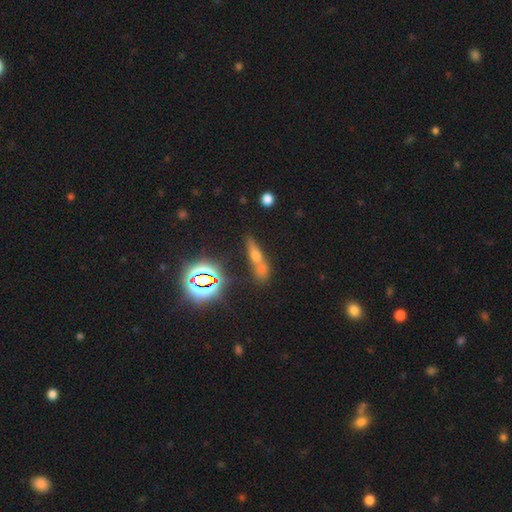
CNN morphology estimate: This is possibly a smooth galaxy (48%). Merging: marginally merger (45%).